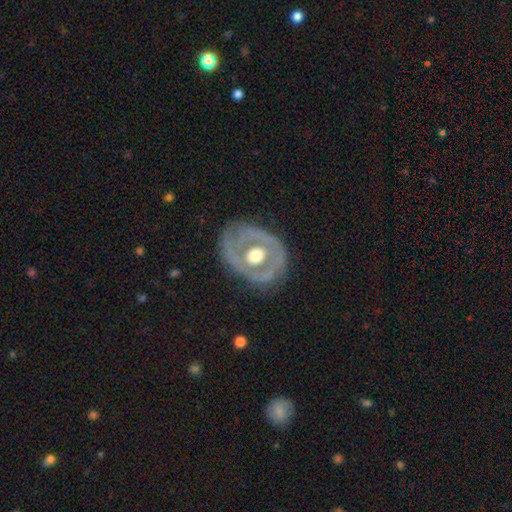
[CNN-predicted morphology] smooth_or_featured: featured or disk (p=0.69) [alt: smooth p=0.26]
disk_edge_on: no (p=0.95) [alt: yes p=0.05]
bar: no (p=0.86) [alt: weak p=0.10]
has_spiral_arms: no (p=0.71) [alt: yes p=0.29]
bulge_size: moderate (p=0.62) [alt: large p=0.31]
merging: none (p=0.68) [alt: minor disturbance p=0.20]